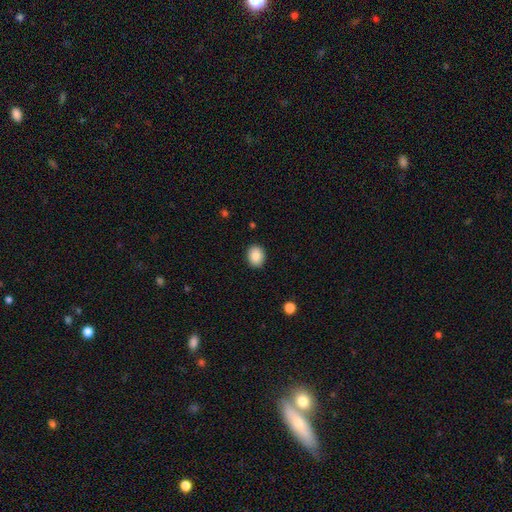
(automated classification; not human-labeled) smooth-or-featured: smooth: 87% | star or artifact: 8% | featured or disk: 5%
  how-rounded: round: 52% | in between: 47% | cigar-shaped: 1%
  merging: none: 89% | minor disturbance: 8% | major disturbance: 2% | merger: 1%